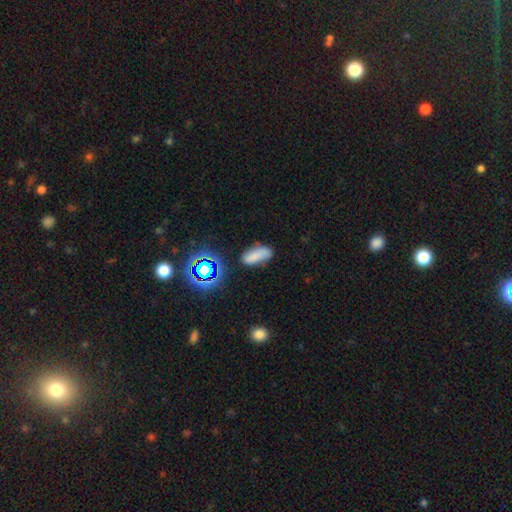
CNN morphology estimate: Smooth or featured? smooth (69%)
How rounded? in between (77%)
Merging? none (66%)